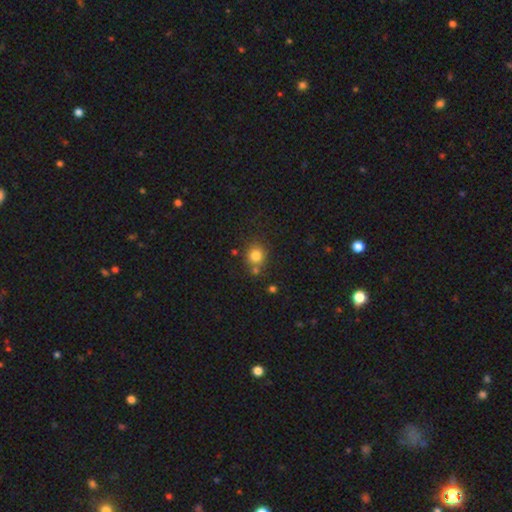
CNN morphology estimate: A smooth galaxy with no disk features (80%) that is round (83%). Merging: none (71%).